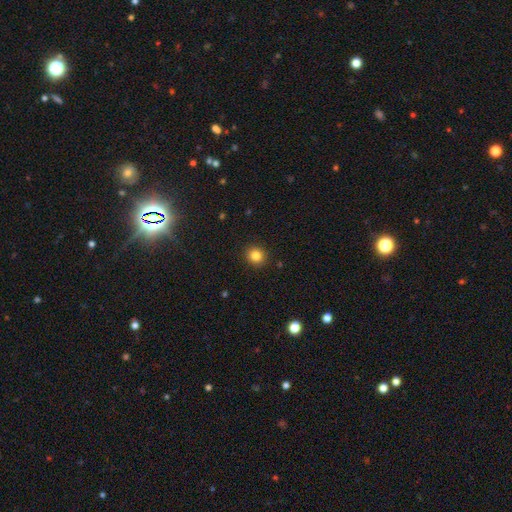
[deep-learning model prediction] Smooth or featured? Predicted: smooth (p=0.83). How rounded? Predicted: round (p=0.88). Merging? Predicted: none (p=0.92).